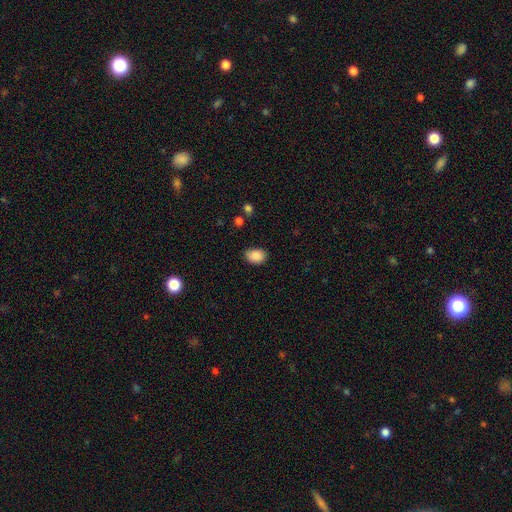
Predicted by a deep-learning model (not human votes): smooth-or-featured: smooth: 88% | star or artifact: 8% | featured or disk: 3%
  how-rounded: in between: 76% | round: 23% | cigar-shaped: 1%
  merging: none: 75% | minor disturbance: 20% | major disturbance: 3% | merger: 2%